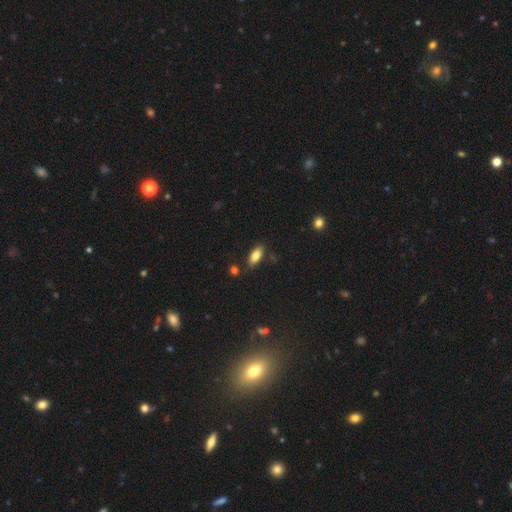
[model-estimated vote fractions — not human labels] A smooth galaxy with no disk features (81%) that is in between round and cigar-shaped (84%). Merging: none (81%).